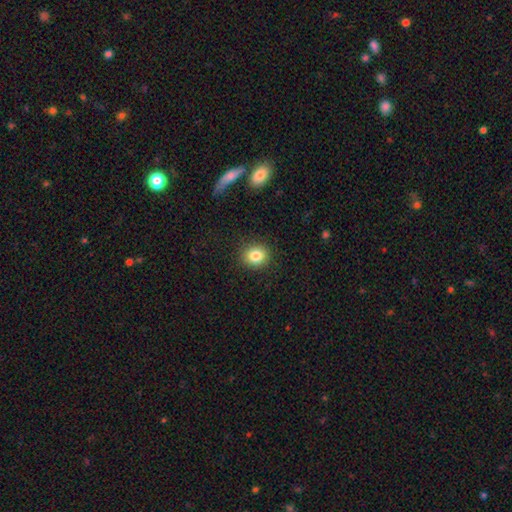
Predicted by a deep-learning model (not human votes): Smooth or featured? smooth (83%)
How rounded? round (75%)
Merging? none (89%)